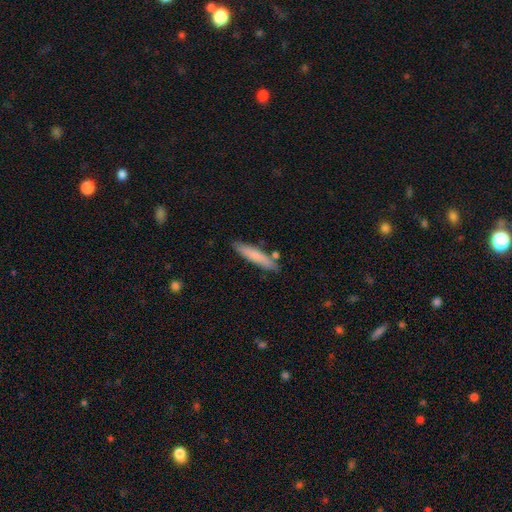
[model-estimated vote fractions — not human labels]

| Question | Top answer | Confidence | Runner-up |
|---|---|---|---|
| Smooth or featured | smooth | 75% | featured or disk (19%) |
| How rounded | cigar-shaped | 89% | in between (10%) |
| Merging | none | 82% | minor disturbance (12%) |